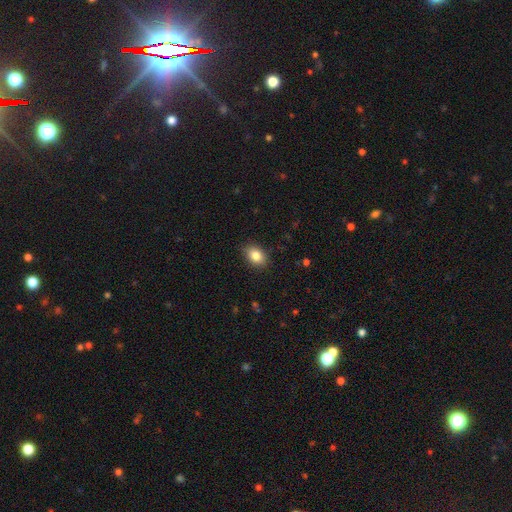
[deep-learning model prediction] Q: Smooth or featured?
A: smooth (85%); runner-up: star or artifact (8%)
Q: How rounded?
A: in between (80%); runner-up: round (18%)
Q: Merging?
A: none (86%); runner-up: minor disturbance (11%)